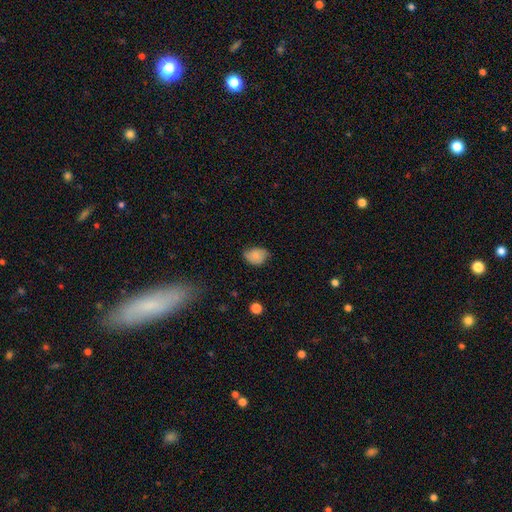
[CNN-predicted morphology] Smooth or featured? smooth (76%)
How rounded? in between (68%)
Merging? none (56%)